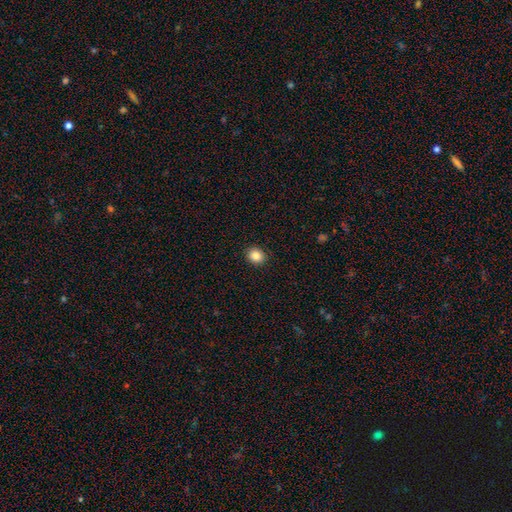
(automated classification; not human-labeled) This is clearly a smooth galaxy (86%). How rounded: likely round (74%). Merging: clearly none (91%).